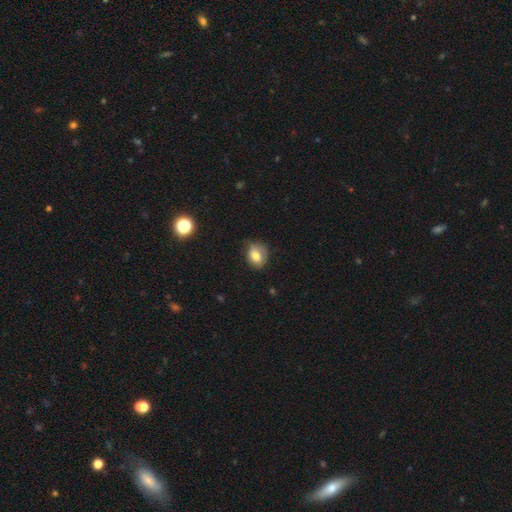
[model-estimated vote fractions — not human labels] A smooth galaxy with no disk features (75%) that is round (51%).

Vote fractions:
- Smooth or featured? smooth: 75% / featured or disk: 15% / star or artifact: 9%
- How rounded? round: 51% / in between: 48% / cigar-shaped: 1%
- Merging? none: 66% / minor disturbance: 26% / major disturbance: 6% / merger: 1%